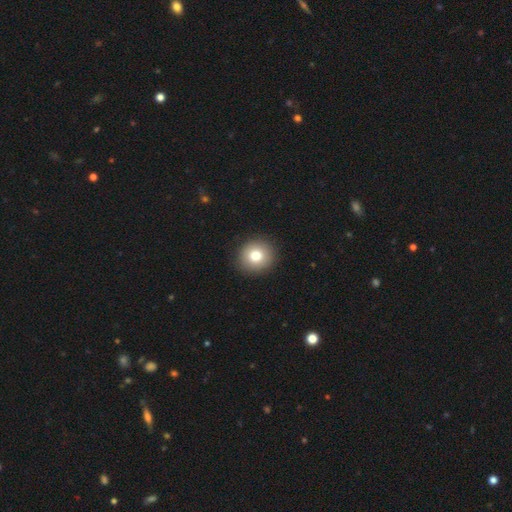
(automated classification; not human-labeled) Smooth or featured?
  - smooth: 80% *
  - featured or disk: 10%
  - star or artifact: 10%
How rounded?
  - round: 88% *
  - in between: 11%
  - cigar-shaped: 1%
Merging?
  - none: 91% *
  - minor disturbance: 6%
  - major disturbance: 2%
  - merger: 1%